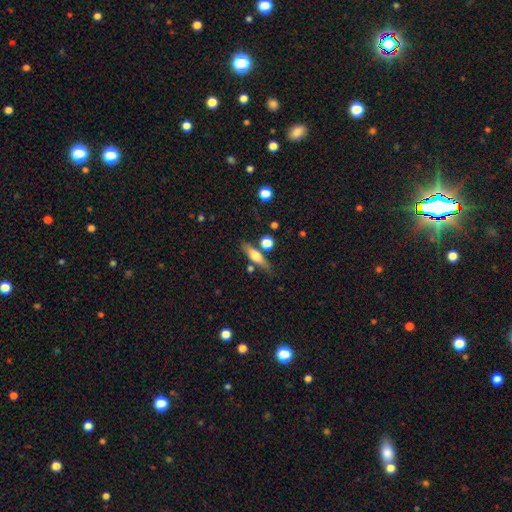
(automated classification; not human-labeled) This is possibly a smooth galaxy (54%). How rounded: likely cigar-shaped (65%). Merging: likely none (73%).